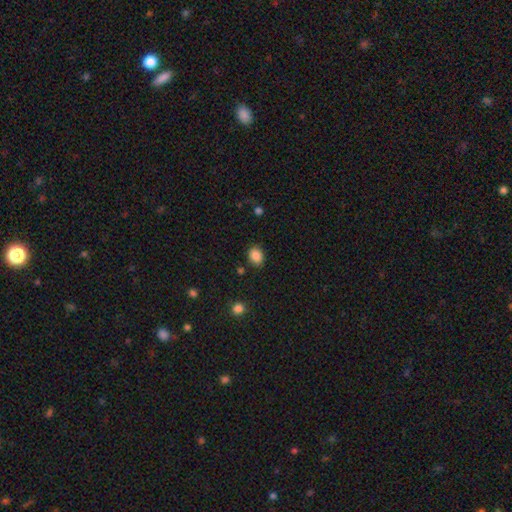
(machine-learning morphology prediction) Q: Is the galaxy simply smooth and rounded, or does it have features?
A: smooth — 87%.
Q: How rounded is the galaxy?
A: in between — 52%.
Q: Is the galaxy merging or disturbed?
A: none — 84%.